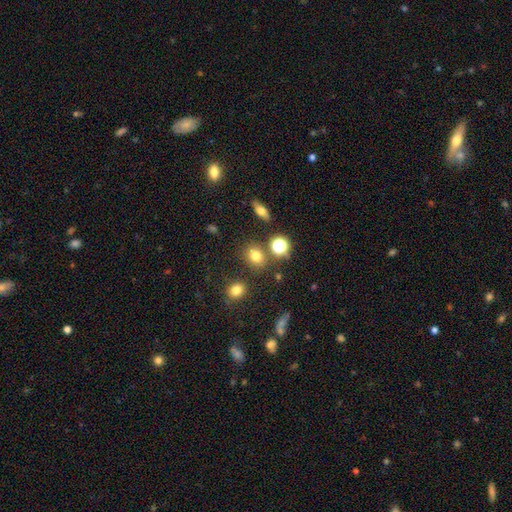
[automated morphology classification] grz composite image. It shows a smooth galaxy with no disk features (72%) that is round (59%). Merging: none (79%).